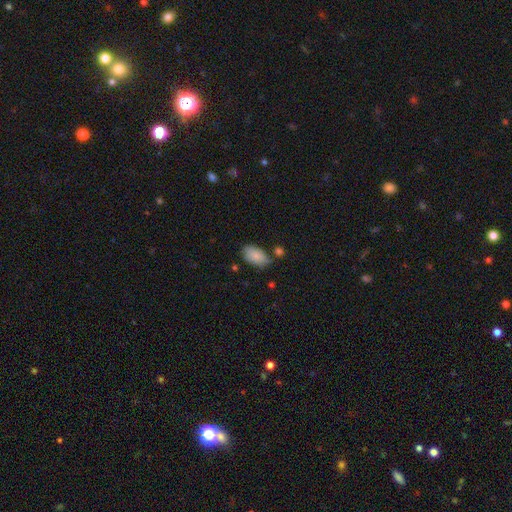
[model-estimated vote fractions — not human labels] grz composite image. It shows a smooth galaxy with no disk features (87%) that is in between round and cigar-shaped (94%). Merging: none (64%).